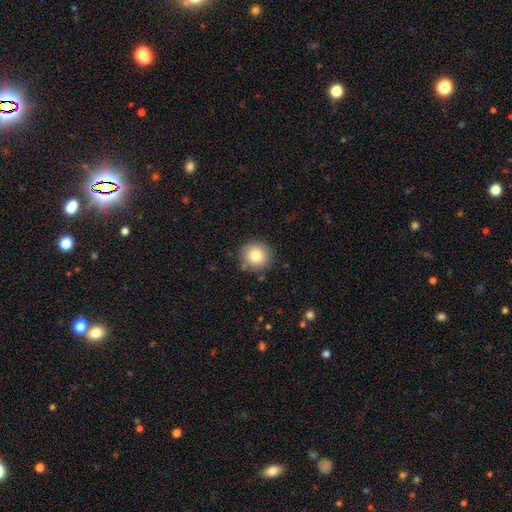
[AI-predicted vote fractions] A smooth galaxy with no disk features (81%) that is round (92%).

Vote fractions:
- Smooth or featured? smooth: 81% / star or artifact: 10% / featured or disk: 9%
- How rounded? round: 92% / in between: 7% / cigar-shaped: 1%
- Merging? none: 87% / minor disturbance: 9% / major disturbance: 2% / merger: 2%